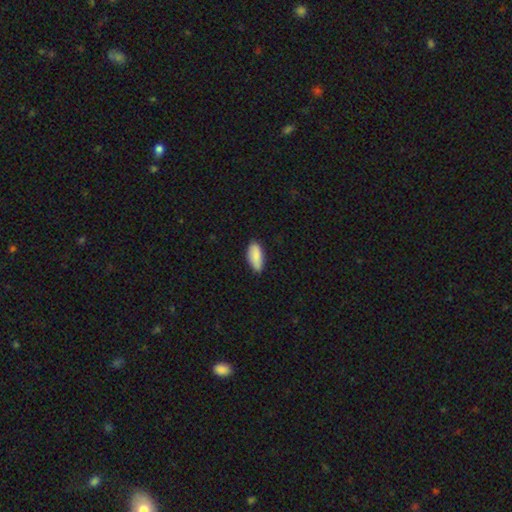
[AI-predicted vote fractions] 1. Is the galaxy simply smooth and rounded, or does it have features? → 86% smooth, 8% featured or disk, 6% star or artifact.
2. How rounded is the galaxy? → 86% in between, 12% cigar-shaped, 2% round.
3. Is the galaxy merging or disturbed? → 77% none, 19% minor disturbance, 2% major disturbance, 1% merger.